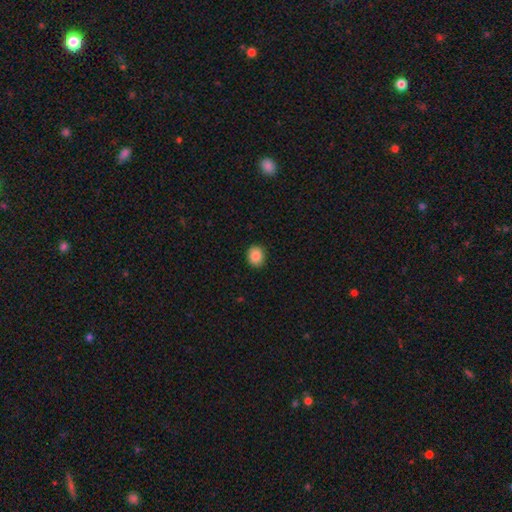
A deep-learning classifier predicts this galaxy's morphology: This is clearly a smooth galaxy (87%). How rounded: likely round (63%). Merging: clearly none (90%).